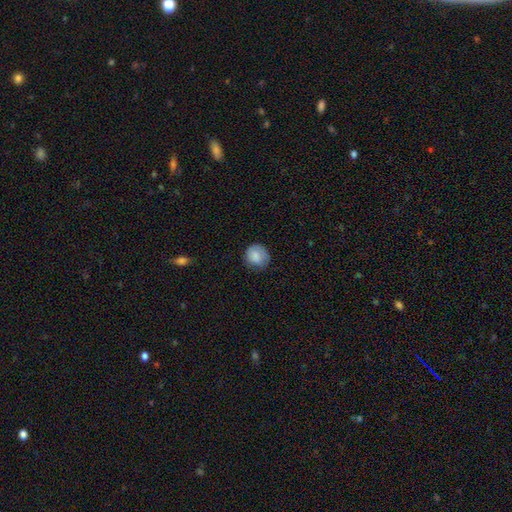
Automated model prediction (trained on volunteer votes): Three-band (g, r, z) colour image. It shows a smooth galaxy with no disk features (80%) that is round (79%). Merging: none (67%).